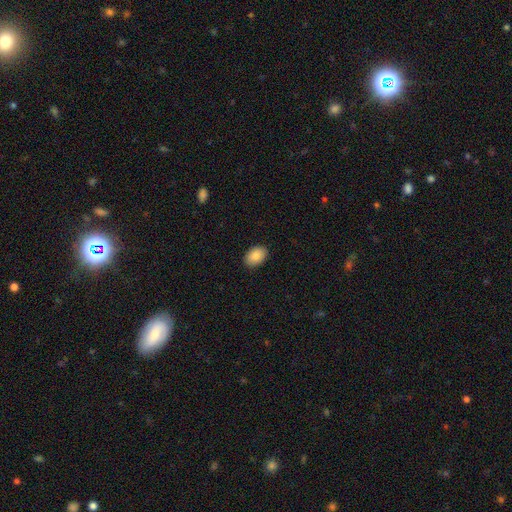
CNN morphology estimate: smooth-or-featured: smooth: 87% | star or artifact: 7% | featured or disk: 6%
  how-rounded: in between: 87% | round: 12% | cigar-shaped: 1%
  merging: none: 90% | minor disturbance: 8% | major disturbance: 2% | merger: 1%